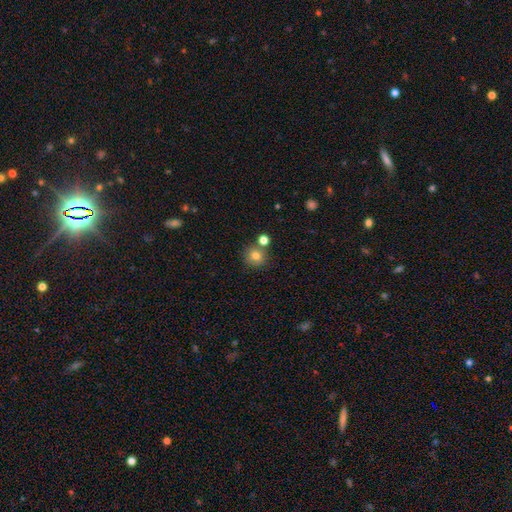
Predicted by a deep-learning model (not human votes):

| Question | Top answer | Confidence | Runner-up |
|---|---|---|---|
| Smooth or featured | smooth | 79% | star or artifact (13%) |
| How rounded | round | 90% | in between (9%) |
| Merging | none | 73% | merger (16%) |